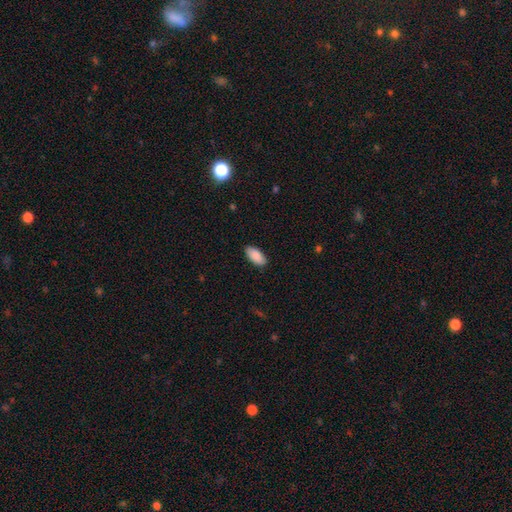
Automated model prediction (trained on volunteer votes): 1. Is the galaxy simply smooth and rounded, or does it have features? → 90% smooth, 6% star or artifact, 4% featured or disk.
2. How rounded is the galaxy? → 93% in between, 5% cigar-shaped, 2% round.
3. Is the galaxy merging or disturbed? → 88% none, 9% minor disturbance, 2% major disturbance, 1% merger.